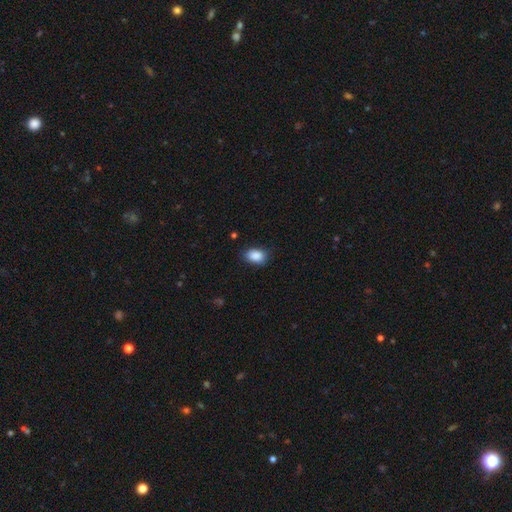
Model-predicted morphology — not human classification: A smooth galaxy with no disk features (89%) that is in between round and cigar-shaped (80%).

Vote fractions:
- Smooth or featured? smooth: 89% / star or artifact: 8% / featured or disk: 4%
- How rounded? in between: 80% / round: 19% / cigar-shaped: 1%
- Merging? none: 78% / minor disturbance: 17% / major disturbance: 3% / merger: 1%